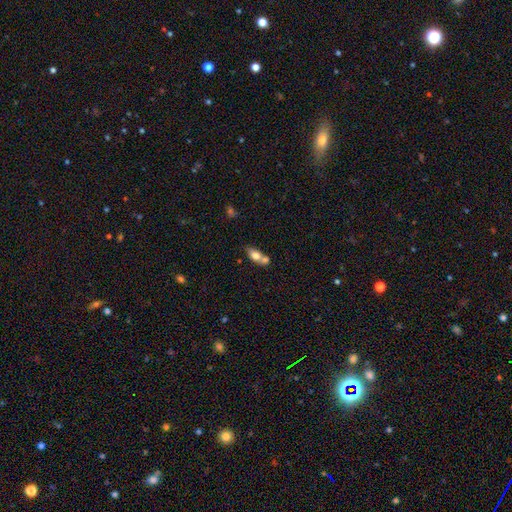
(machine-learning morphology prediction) type=smooth (73%); roundness=in between (78%); merging=merger (58%).